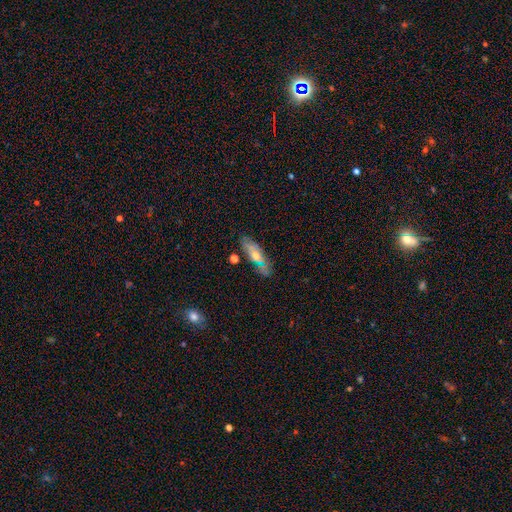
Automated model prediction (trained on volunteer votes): Morphology: type=featured or disk (54%); edge-on=no (56%); merging=none (75%).